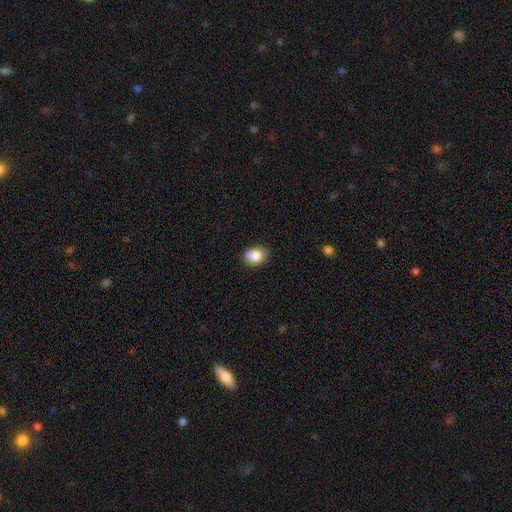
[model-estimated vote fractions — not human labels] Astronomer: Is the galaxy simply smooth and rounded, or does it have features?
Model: smooth — 79%.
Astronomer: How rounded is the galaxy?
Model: in between — 58% (runner-up: round, 41%).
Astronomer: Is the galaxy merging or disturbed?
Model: none — 55%.